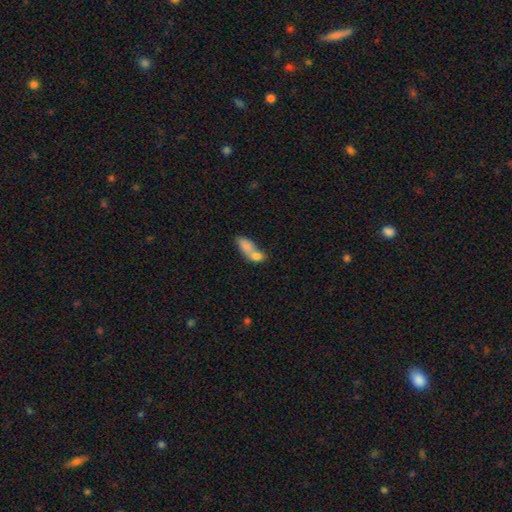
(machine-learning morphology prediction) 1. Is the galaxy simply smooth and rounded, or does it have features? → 75% smooth, 17% featured or disk, 8% star or artifact.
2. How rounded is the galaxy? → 78% in between, 11% round, 11% cigar-shaped.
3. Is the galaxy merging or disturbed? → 67% merger, 18% none, 8% minor disturbance, 6% major disturbance.